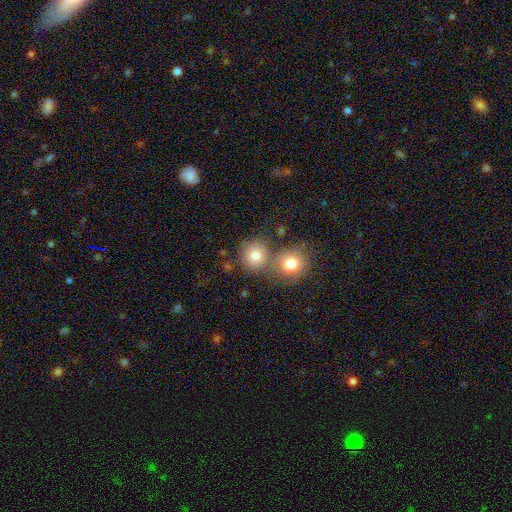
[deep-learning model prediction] smooth_or_featured: smooth (p=0.78) [alt: star or artifact p=0.12]
how_rounded: round (p=0.87) [alt: in between p=0.12]
merging: none (p=0.57) [alt: merger p=0.33]